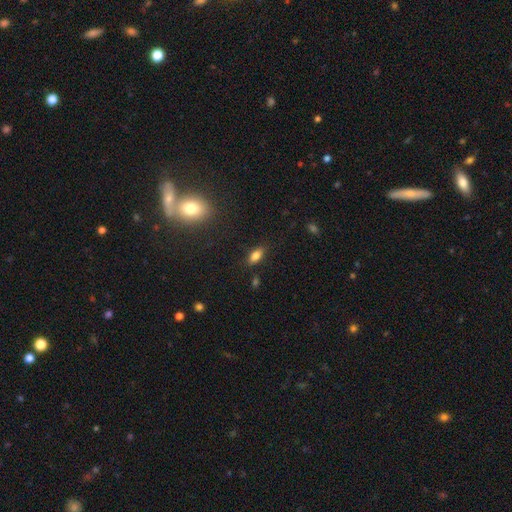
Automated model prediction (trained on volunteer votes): This appears to be a smooth galaxy with no disk features (77%) that is in between round and cigar-shaped (84%). Merging: none (84%).